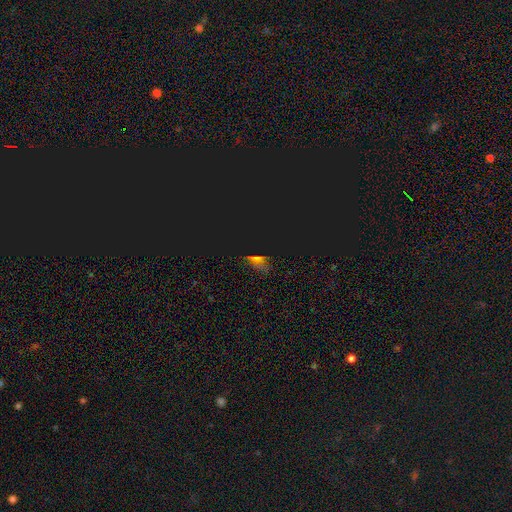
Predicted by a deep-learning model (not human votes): Overall: star or artifact (69%).